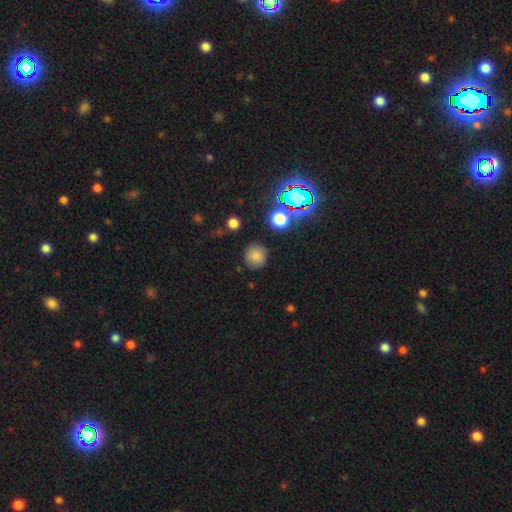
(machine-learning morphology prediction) The model was most divided on "smooth or featured": smooth: 76%, star or artifact: 17%, featured or disk: 7%. More confident: how rounded — round (90%); merging — none (86%).